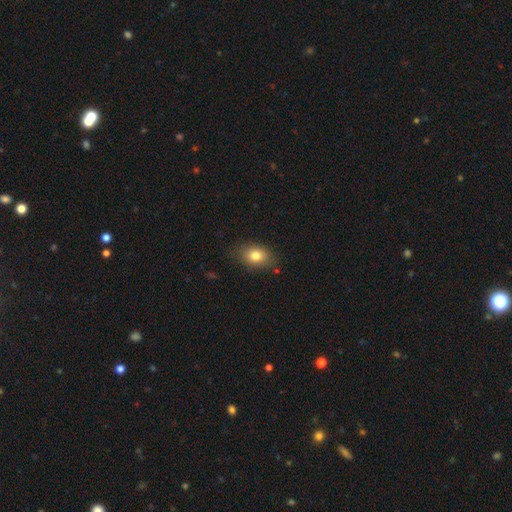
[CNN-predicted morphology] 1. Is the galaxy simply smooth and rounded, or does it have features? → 81% smooth, 10% featured or disk, 9% star or artifact.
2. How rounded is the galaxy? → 75% in between, 23% round, 1% cigar-shaped.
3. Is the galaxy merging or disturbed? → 79% none, 16% minor disturbance, 4% major disturbance, 2% merger.